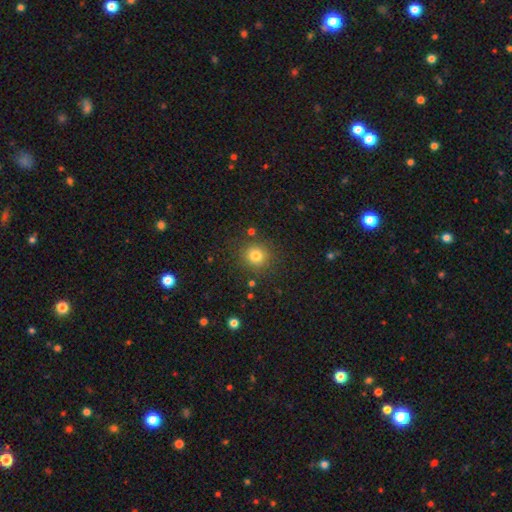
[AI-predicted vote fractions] A smooth galaxy with no disk features (79%) that is round (89%). Merging: none (86%).